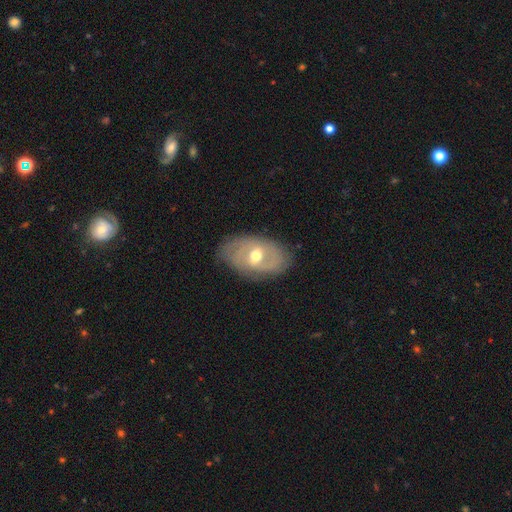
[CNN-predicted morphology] A featured or disk galaxy (66%) with a weak bar (44%), spiral arms (65%) and a moderate central bulge (74%).

Vote fractions:
- Smooth or featured? featured or disk: 66% / smooth: 28% / star or artifact: 6%
- Edge-on disk? no: 92% / yes: 8%
- Bar? weak: 44% / no: 41% / strong: 15%
- Spiral arms? yes: 65% / no: 35%
- Bulge size? moderate: 74% / small: 18% / large: 6% / dominant: 1% / none: 1%
- Merging? none: 74% / minor disturbance: 19% / major disturbance: 6% / merger: 1%